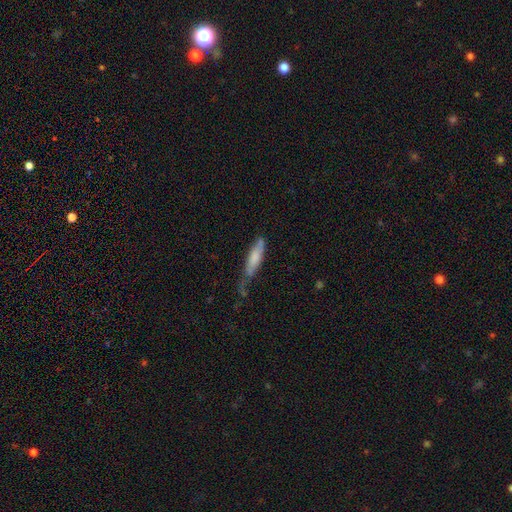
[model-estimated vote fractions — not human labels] Q: Smooth or featured?
A: smooth (61%); runner-up: featured or disk (32%)
Q: How rounded?
A: cigar-shaped (74%); runner-up: in between (25%)
Q: Merging?
A: minor disturbance (37%); runner-up: none (36%)